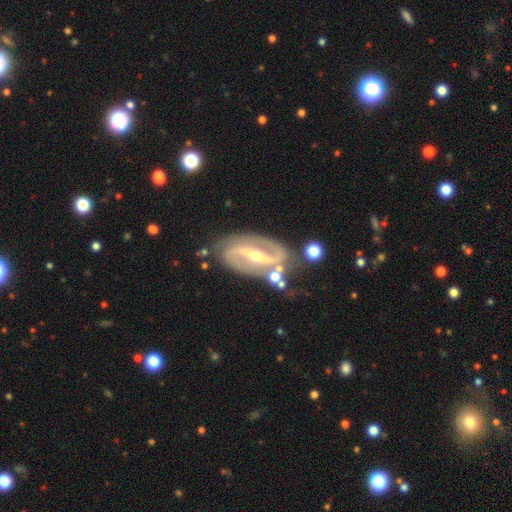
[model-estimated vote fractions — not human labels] This is clearly a featured or disk galaxy (90%). It is clearly not viewed edge-on (94%). Bar: likely strong (72%). Spiral arm pattern: clearly yes (95%). Spiral arm count: clearly 2 (92%). Spiral winding: possibly medium (46%). Central bulge: possibly small (54%). Merging: likely none (76%).